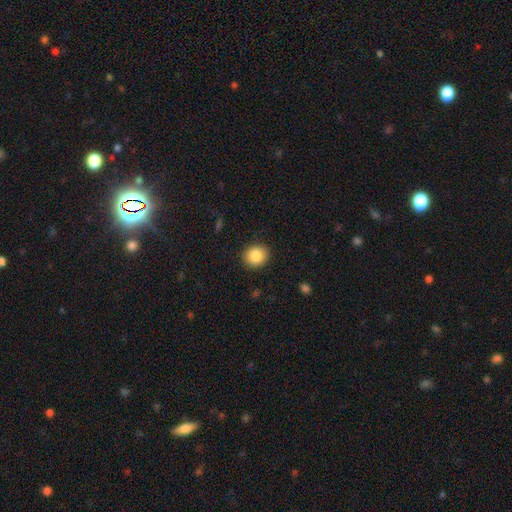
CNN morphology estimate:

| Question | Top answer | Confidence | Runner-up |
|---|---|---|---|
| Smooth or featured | smooth | 86% | star or artifact (9%) |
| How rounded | round | 82% | in between (17%) |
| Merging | none | 90% | minor disturbance (7%) |